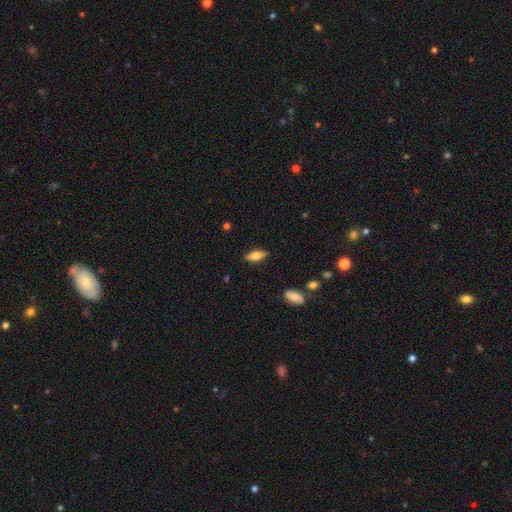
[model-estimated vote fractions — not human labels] A smooth galaxy with no disk features (59%) that is in between round and cigar-shaped (72%). Merging: none (85%).